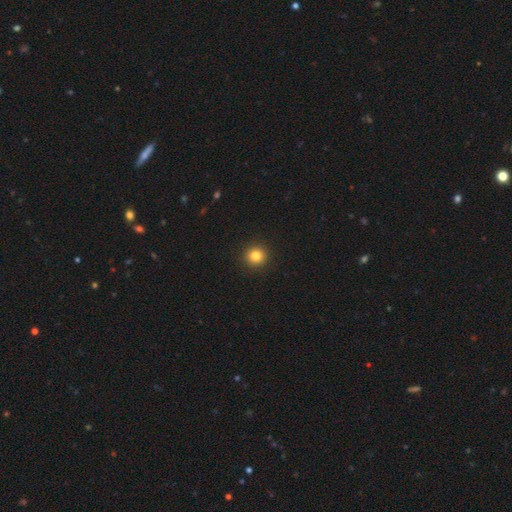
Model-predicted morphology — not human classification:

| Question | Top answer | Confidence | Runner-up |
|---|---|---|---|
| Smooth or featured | smooth | 83% | star or artifact (12%) |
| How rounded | round | 94% | in between (5%) |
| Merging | none | 93% | minor disturbance (4%) |